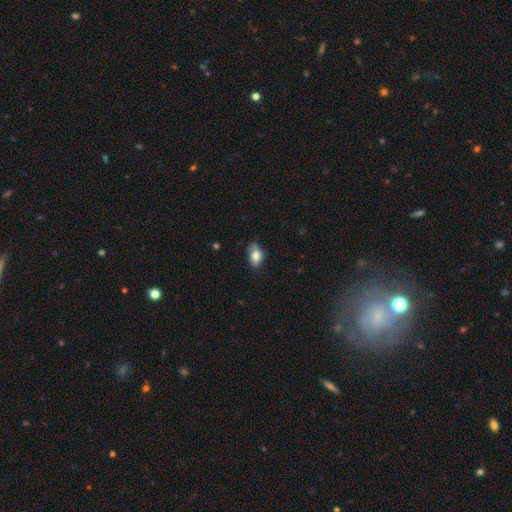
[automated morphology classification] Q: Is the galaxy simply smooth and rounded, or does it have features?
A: smooth — 79%.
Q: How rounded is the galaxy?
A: in between — 86%.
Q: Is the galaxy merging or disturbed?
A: none — 64%.